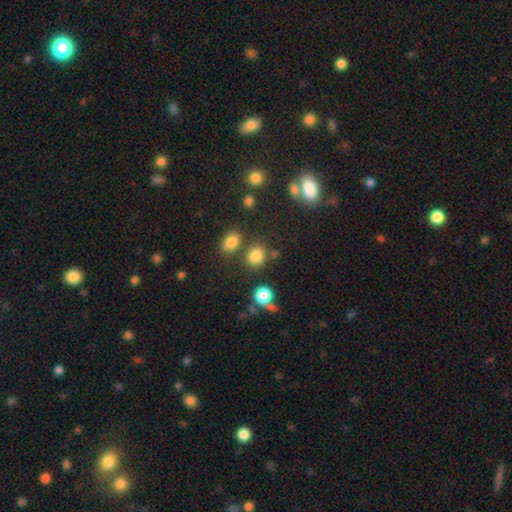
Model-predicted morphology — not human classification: A smooth galaxy with no disk features (79%) that is round (68%). Merging: none (69%).